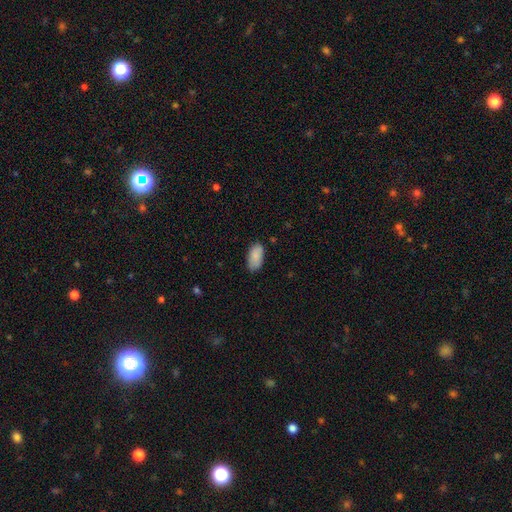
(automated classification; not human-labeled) Overall: smooth (87%). How rounded: in between (94%). Merging: none (78%).